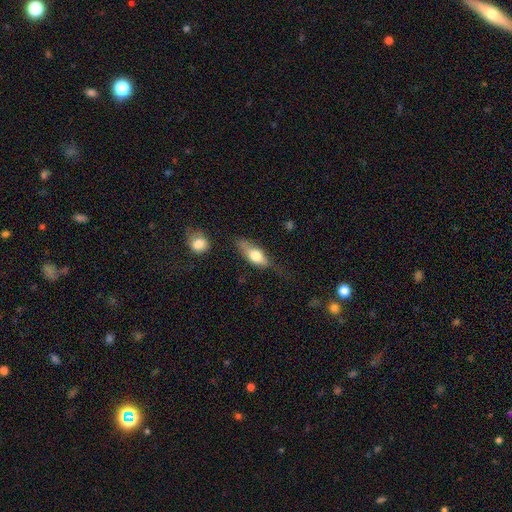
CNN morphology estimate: Smooth or featured? smooth (64%)
How rounded? in between (68%)
Merging? none (55%)